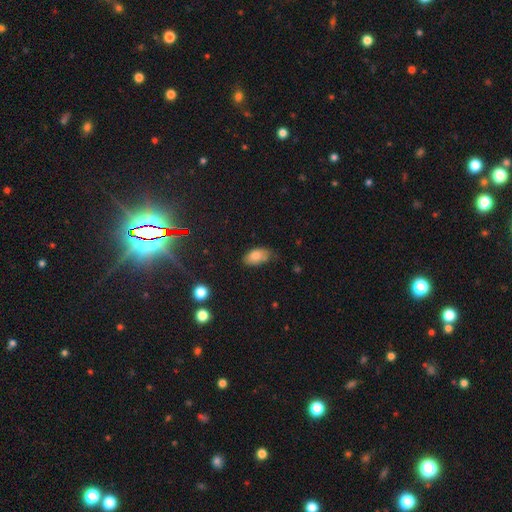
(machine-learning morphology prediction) Smooth or featured: smooth — 79% (featured or disk — 12%)
How rounded: in between — 92% (round — 5%)
Merging: none — 60% (minor disturbance — 32%)